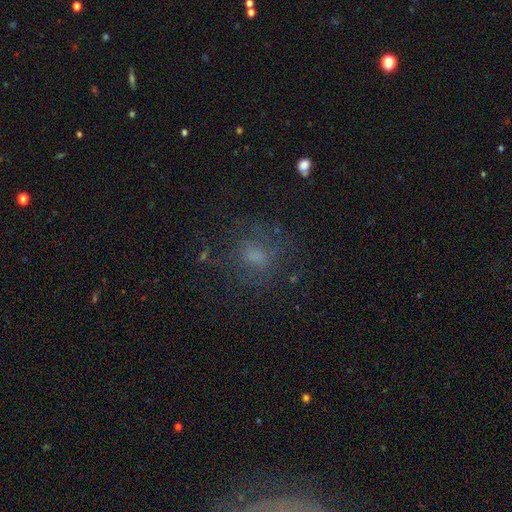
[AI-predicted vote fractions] Morphology: type=smooth (50%); roundness=round (63%); merging=none (66%).